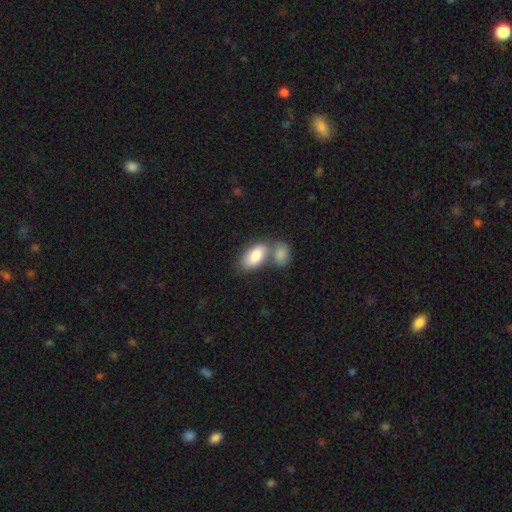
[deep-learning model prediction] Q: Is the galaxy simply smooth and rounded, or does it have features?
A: smooth — 85%.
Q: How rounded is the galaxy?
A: in between — 94%.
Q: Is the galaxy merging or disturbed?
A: merger — 52%.